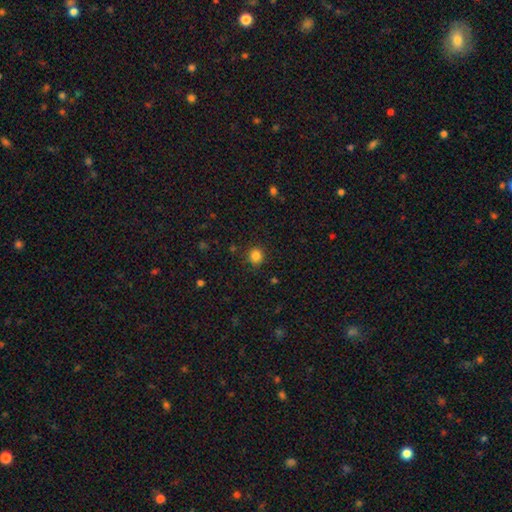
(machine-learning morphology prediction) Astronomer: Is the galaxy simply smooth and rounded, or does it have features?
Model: smooth — 84%.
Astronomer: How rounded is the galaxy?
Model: round — 89%.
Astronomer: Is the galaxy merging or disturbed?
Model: none — 89%.